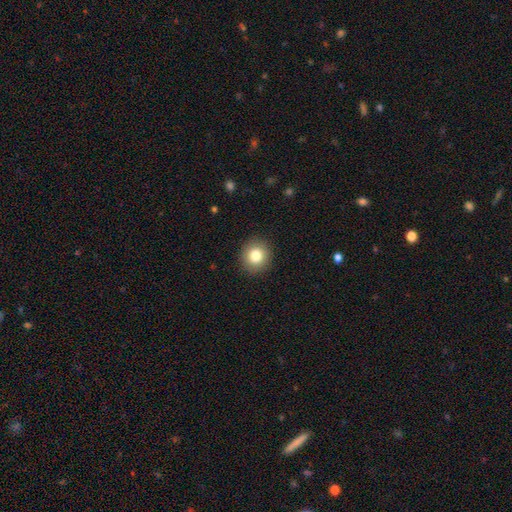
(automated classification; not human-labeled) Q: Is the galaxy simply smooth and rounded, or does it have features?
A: smooth — 82%.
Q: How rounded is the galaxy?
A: round — 87%.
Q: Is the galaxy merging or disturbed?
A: none — 91%.